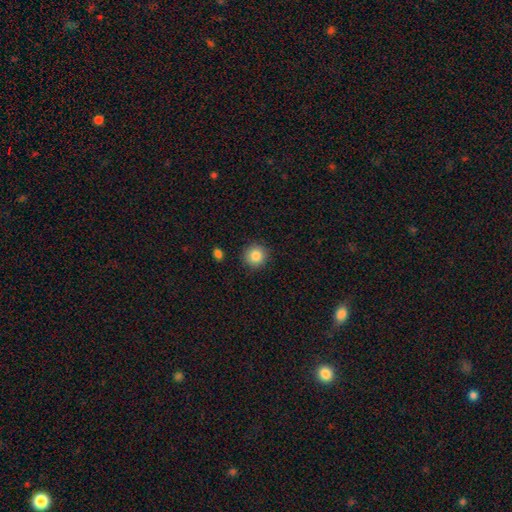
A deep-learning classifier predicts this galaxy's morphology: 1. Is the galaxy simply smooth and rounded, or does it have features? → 85% smooth, 10% star or artifact, 5% featured or disk.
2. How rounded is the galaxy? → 94% round, 5% in between, 1% cigar-shaped.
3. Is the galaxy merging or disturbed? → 90% none, 7% minor disturbance, 2% major disturbance, 2% merger.